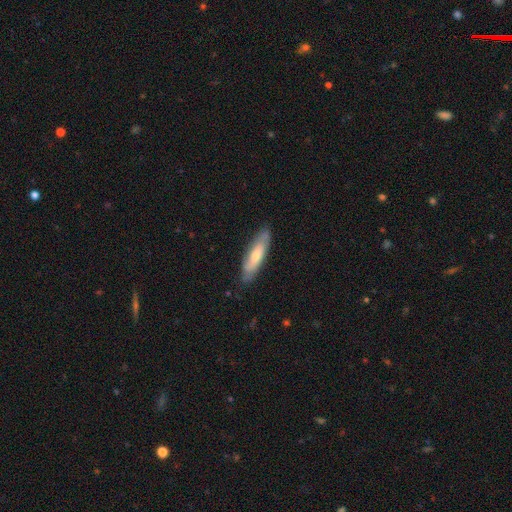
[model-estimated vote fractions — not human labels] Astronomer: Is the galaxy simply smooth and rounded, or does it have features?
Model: smooth — 60%.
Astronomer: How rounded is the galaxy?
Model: cigar-shaped — 65%.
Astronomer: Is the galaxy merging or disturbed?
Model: none — 81%.